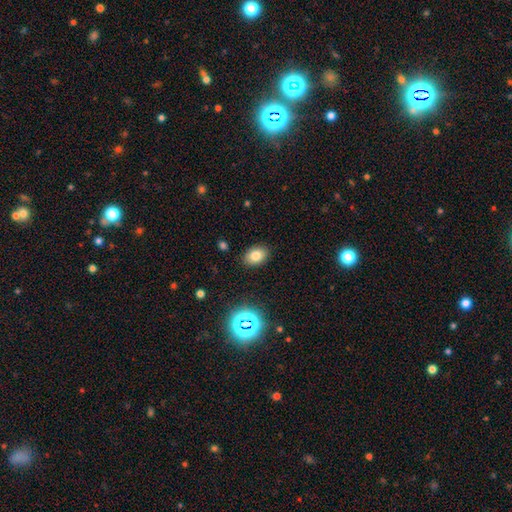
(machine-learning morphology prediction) Smooth or featured? Predicted: smooth (p=0.78). How rounded? Predicted: in between (p=0.78). Merging? Predicted: none (p=0.88).